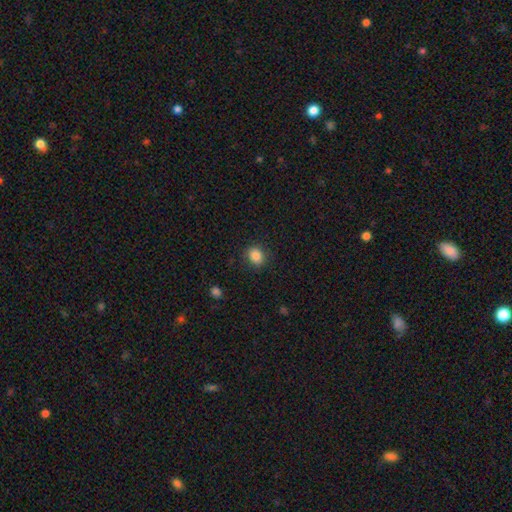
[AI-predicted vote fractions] A smooth galaxy with no disk features (86%) that is round (52%). Merging: none (86%).